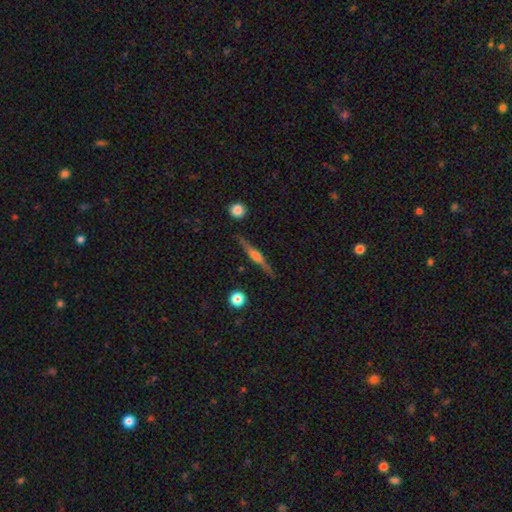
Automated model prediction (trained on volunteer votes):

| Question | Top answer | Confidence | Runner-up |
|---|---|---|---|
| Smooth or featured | featured or disk | 70% | smooth (23%) |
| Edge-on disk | yes | 97% | no (3%) |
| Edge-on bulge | rounded | 67% | boxy (25%) |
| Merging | none | 86% | minor disturbance (10%) |